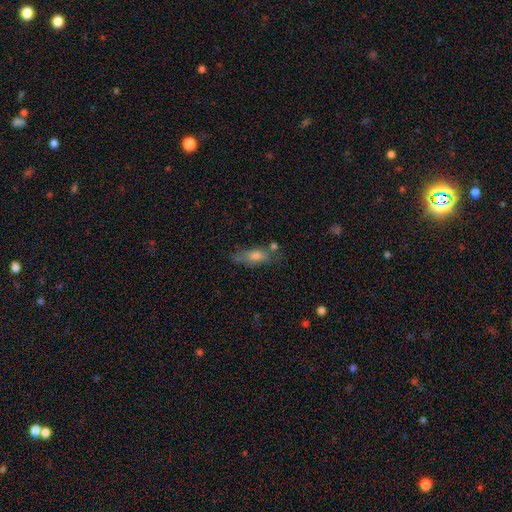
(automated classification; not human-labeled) smooth-or-featured: smooth: 60% | featured or disk: 29% | star or artifact: 11%
  how-rounded: in between: 57% | cigar-shaped: 38% | round: 4%
  merging: none: 63% | minor disturbance: 20% | merger: 10% | major disturbance: 7%